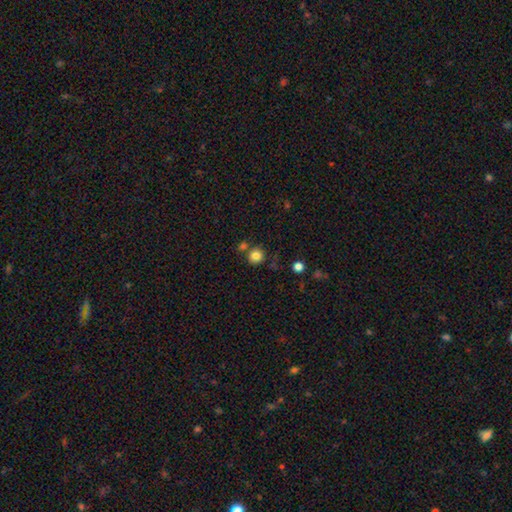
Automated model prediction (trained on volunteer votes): Smooth or featured? smooth (83%)
How rounded? round (91%)
Merging? none (73%)